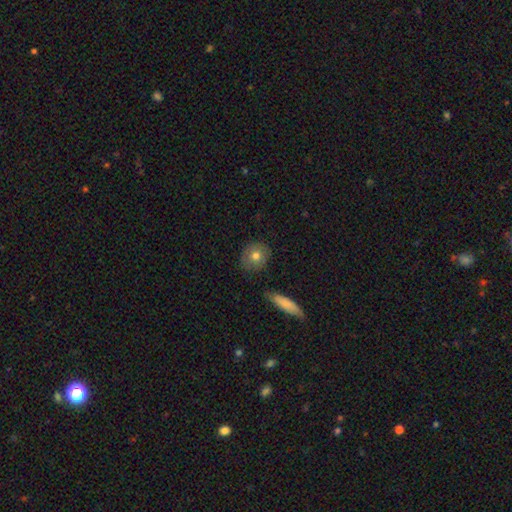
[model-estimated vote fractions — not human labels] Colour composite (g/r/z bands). It shows a smooth galaxy with no disk features (73%) that is round (81%). Merging: none (82%).